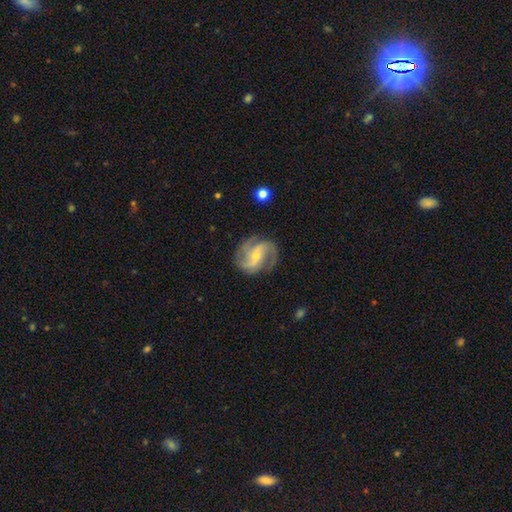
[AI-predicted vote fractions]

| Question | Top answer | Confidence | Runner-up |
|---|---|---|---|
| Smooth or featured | featured or disk | 87% | smooth (8%) |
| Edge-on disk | no | 98% | yes (2%) |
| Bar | weak | 43% | no (34%) |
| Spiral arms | yes | 97% | no (3%) |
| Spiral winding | medium | 51% | loose (28%) |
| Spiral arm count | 2 | 41% | 3 (38%) |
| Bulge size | small | 63% | moderate (33%) |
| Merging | none | 77% | minor disturbance (15%) |